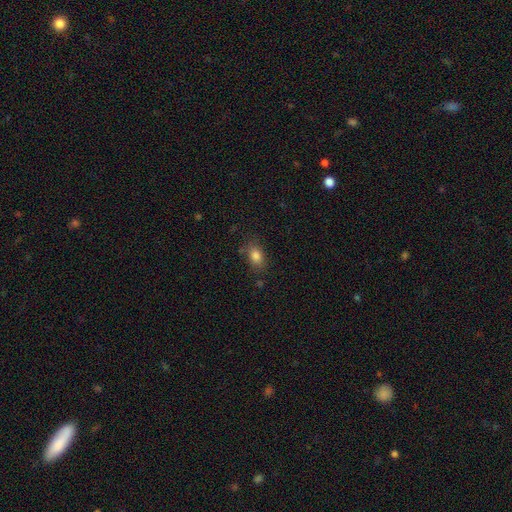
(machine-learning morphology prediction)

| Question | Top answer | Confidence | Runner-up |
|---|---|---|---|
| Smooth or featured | smooth | 82% | star or artifact (10%) |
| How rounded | in between | 78% | round (20%) |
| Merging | none | 75% | minor disturbance (17%) |